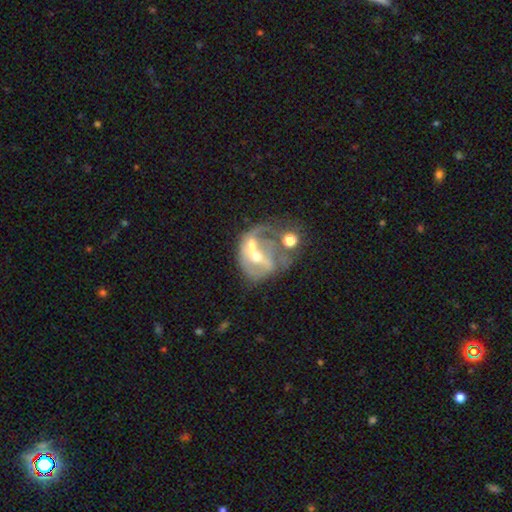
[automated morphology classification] featured or disk 71%, smooth 20%, star or artifact 9%. Down the decision tree: edge-on disk — no (97%); bar — no (43%); spiral arms — yes (57%); bulge size — moderate (59%); merging — merger (50%).